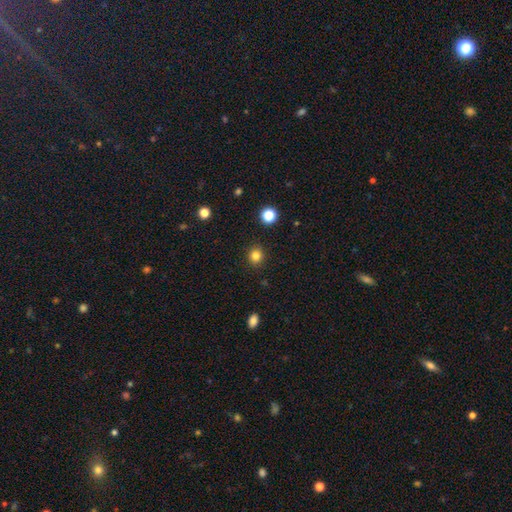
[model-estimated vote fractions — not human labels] A smooth galaxy with no disk features (83%) that is round (85%). Merging: none (91%).